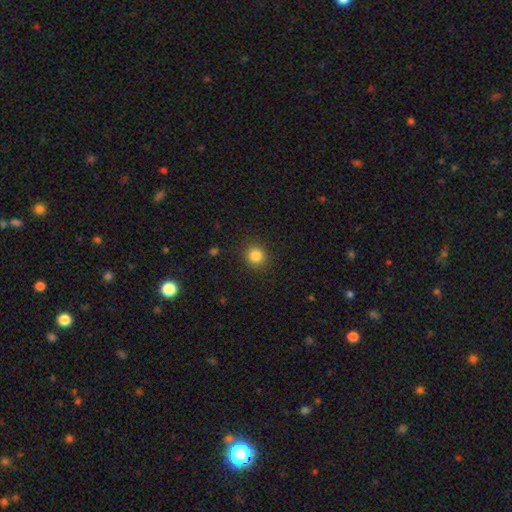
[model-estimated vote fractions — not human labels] smooth-or-featured: smooth: 84% | star or artifact: 12% | featured or disk: 4%
  how-rounded: round: 91% | in between: 8% | cigar-shaped: 1%
  merging: none: 90% | minor disturbance: 6% | major disturbance: 2% | merger: 1%